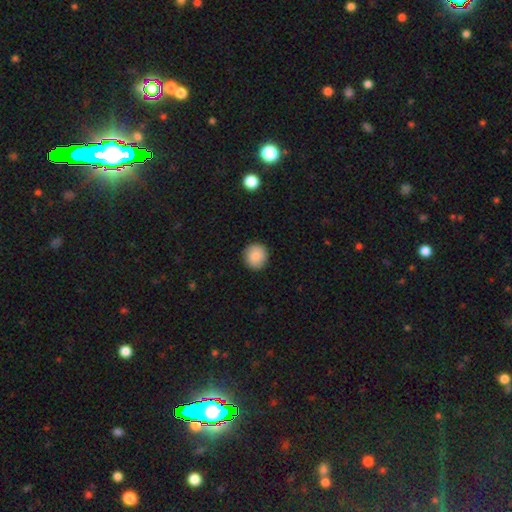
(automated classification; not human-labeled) This is clearly a smooth galaxy (87%). How rounded: clearly round (92%). Merging: clearly none (91%).